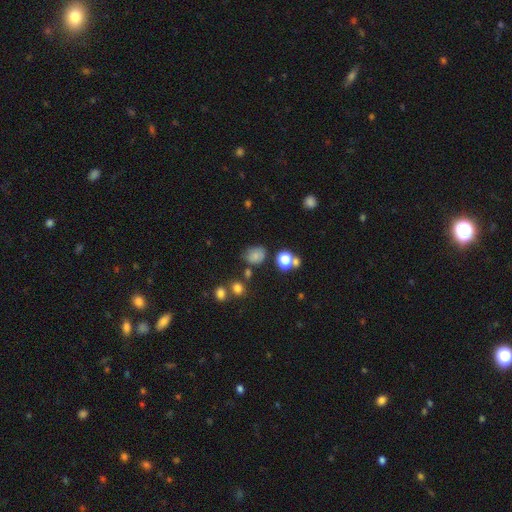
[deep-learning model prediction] smooth-or-featured: smooth: 71% | star or artifact: 18% | featured or disk: 11%
  how-rounded: round: 52% | in between: 47% | cigar-shaped: 1%
  merging: none: 59% | minor disturbance: 25% | major disturbance: 9% | merger: 7%